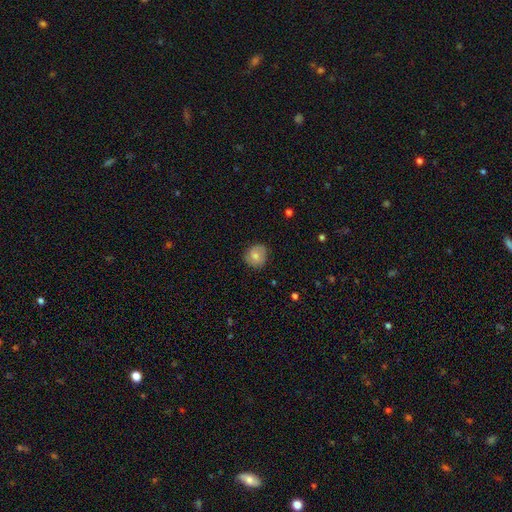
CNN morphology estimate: smooth-or-featured: smooth: 74% | featured or disk: 18% | star or artifact: 8%
  how-rounded: round: 82% | in between: 17% | cigar-shaped: 1%
  merging: none: 81% | minor disturbance: 15% | major disturbance: 3% | merger: 1%